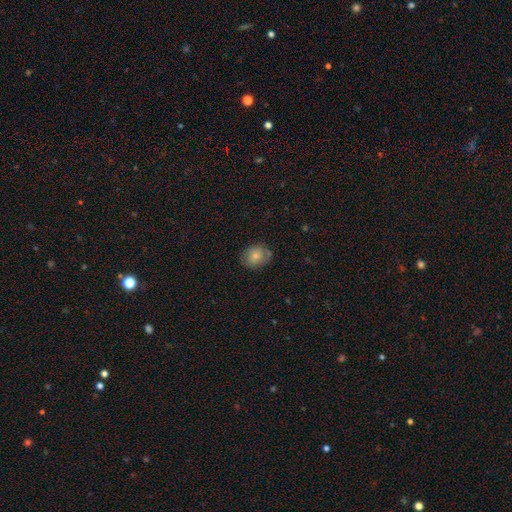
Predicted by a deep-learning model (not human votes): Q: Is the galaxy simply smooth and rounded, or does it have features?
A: smooth — 72%.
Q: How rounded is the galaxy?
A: round — 54%.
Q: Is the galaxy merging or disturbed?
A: none — 74%.